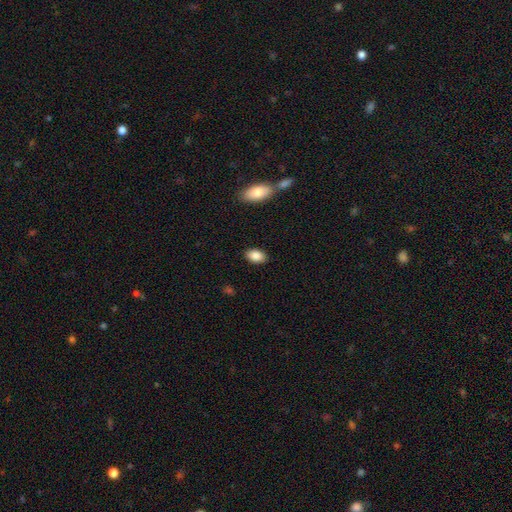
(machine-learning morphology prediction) Smooth or featured?
  - smooth: 87% *
  - star or artifact: 7%
  - featured or disk: 6%
How rounded?
  - in between: 91% *
  - round: 7%
  - cigar-shaped: 2%
Merging?
  - none: 87% *
  - minor disturbance: 9%
  - major disturbance: 2%
  - merger: 2%